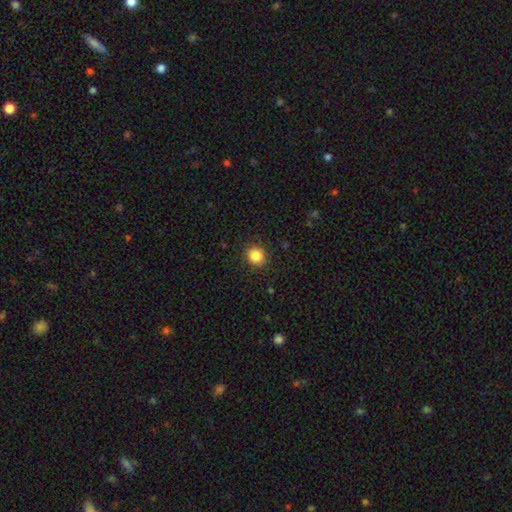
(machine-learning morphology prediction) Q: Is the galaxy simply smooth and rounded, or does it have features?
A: smooth — 86%.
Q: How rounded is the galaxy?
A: round — 87%.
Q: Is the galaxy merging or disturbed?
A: none — 90%.